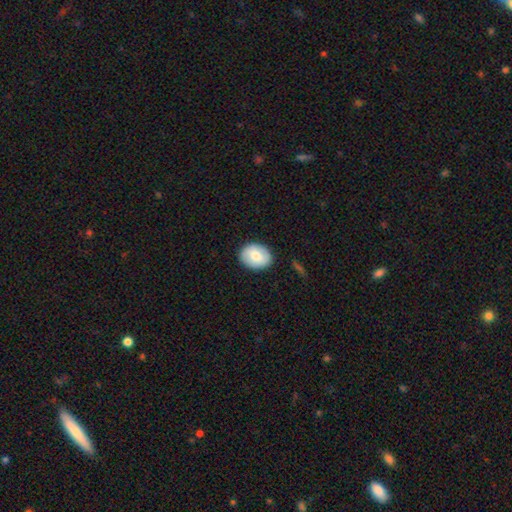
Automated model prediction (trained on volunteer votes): Overall: smooth (72%). How rounded: in between (56%; round 43%). Merging: none (87%).